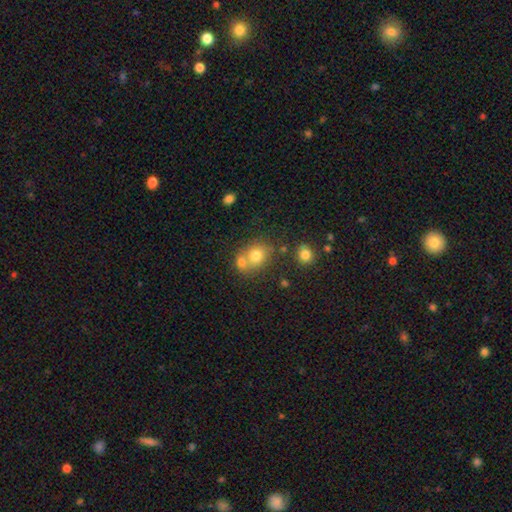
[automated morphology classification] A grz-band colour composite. It shows a smooth galaxy with no disk features (73%) that is round (66%). Merging: none (45%).